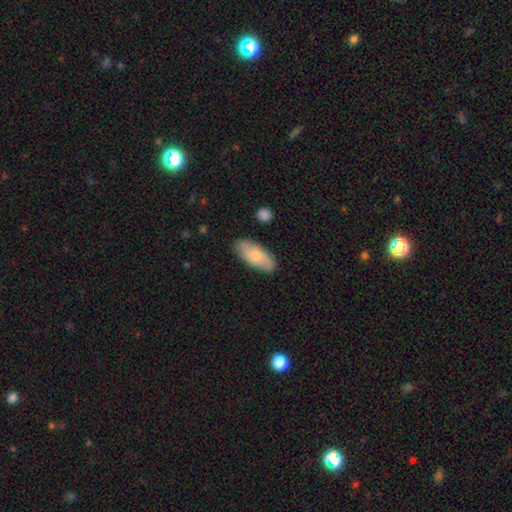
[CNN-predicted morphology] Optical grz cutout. It shows a smooth galaxy with no disk features (67%) that is in between round and cigar-shaped (85%). Merging: none (82%).